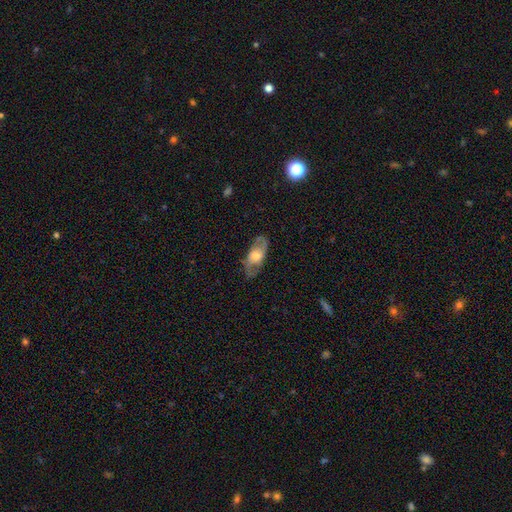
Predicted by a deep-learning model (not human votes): Smooth or featured?
  - featured or disk: 55% *
  - smooth: 39%
  - star or artifact: 6%
Edge-on disk?
  - no: 78% *
  - yes: 22%
Merging?
  - none: 77% *
  - minor disturbance: 15%
  - major disturbance: 6%
  - merger: 1%